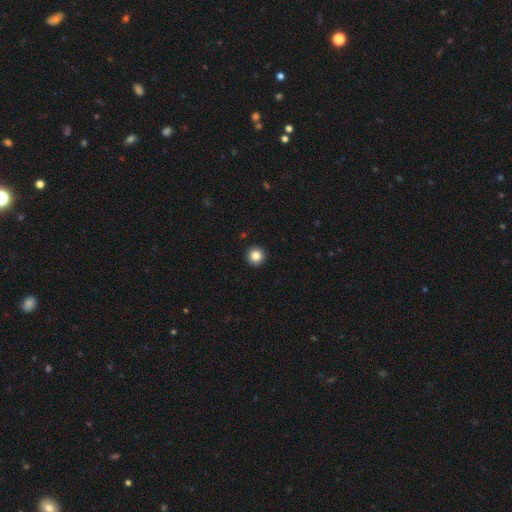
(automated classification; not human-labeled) Smooth or featured? Predicted: smooth (p=0.84). How rounded? Predicted: round (p=0.96). Merging? Predicted: none (p=0.94).